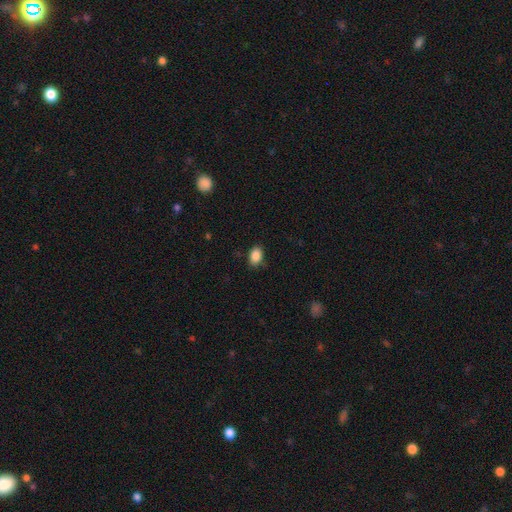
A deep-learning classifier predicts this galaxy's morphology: type=smooth (88%); roundness=in between (83%); merging=none (82%).